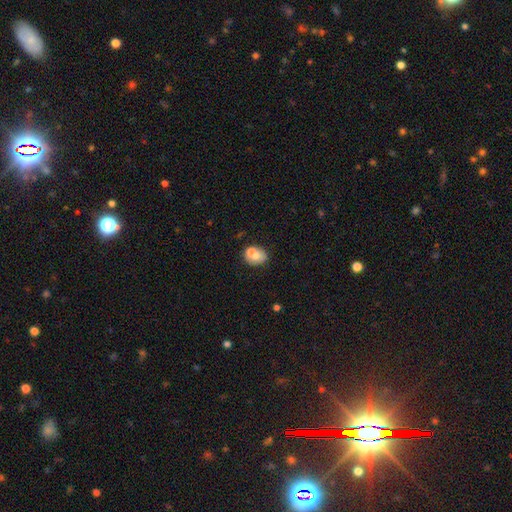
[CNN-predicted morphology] smooth 67%, featured or disk 24%, star or artifact 9%. Down the decision tree: how rounded — in between (57%); merging — none (41%).